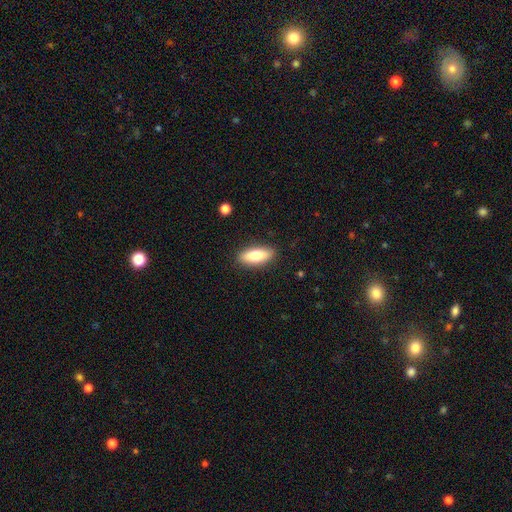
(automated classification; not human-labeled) Smooth or featured?
  - smooth: 80% *
  - featured or disk: 14%
  - star or artifact: 6%
How rounded?
  - in between: 72% *
  - cigar-shaped: 25%
  - round: 2%
Merging?
  - none: 87% *
  - minor disturbance: 9%
  - major disturbance: 2%
  - merger: 1%